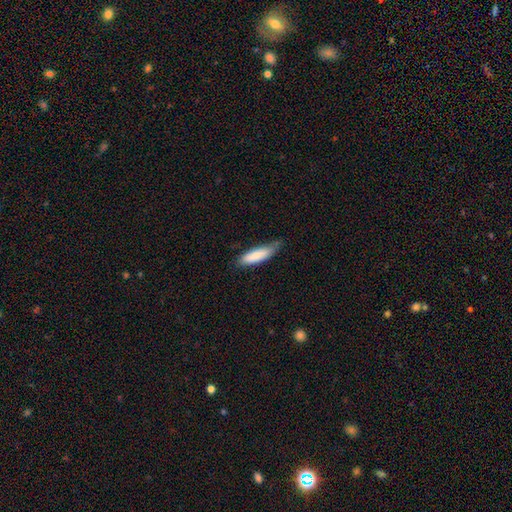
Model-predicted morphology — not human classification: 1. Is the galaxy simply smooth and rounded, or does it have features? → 83% smooth, 11% featured or disk, 6% star or artifact.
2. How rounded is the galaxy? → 57% cigar-shaped, 42% in between, 1% round.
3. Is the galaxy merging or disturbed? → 57% none, 35% minor disturbance, 6% major disturbance, 2% merger.